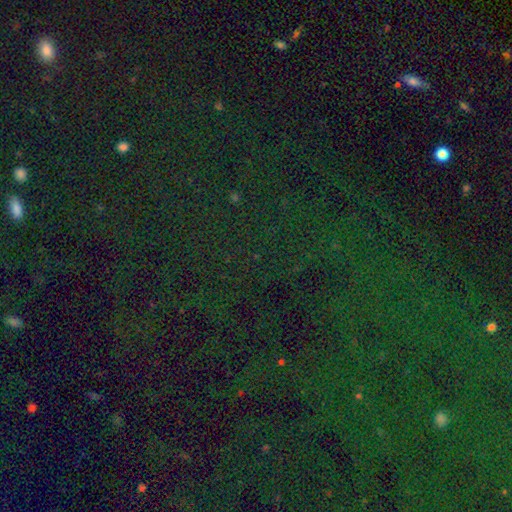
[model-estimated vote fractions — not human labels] Smooth or featured: star or artifact — 83% (smooth — 10%)